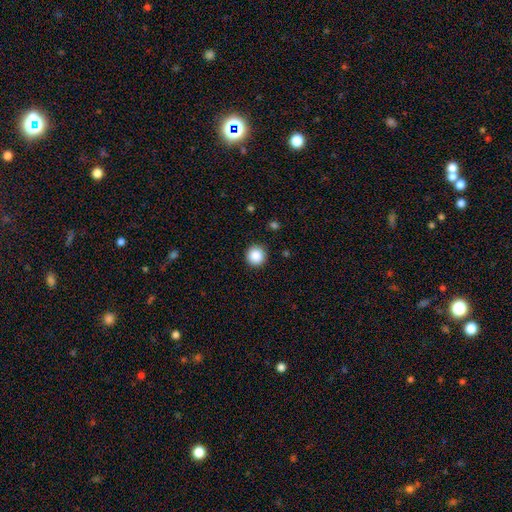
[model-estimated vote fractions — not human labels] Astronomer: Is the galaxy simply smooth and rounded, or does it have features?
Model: smooth — 88%.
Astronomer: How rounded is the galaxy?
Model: round — 96%.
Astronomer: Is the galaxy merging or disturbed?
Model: none — 92%.